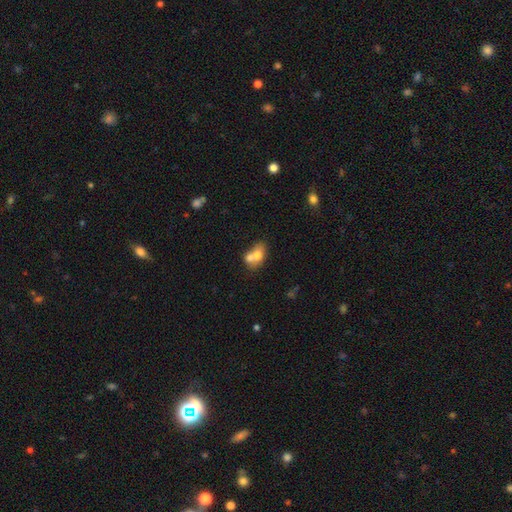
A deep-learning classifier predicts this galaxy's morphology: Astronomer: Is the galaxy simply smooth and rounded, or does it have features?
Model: smooth — 66%.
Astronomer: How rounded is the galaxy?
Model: in between — 65%.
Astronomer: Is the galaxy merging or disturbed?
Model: merger — 63%.